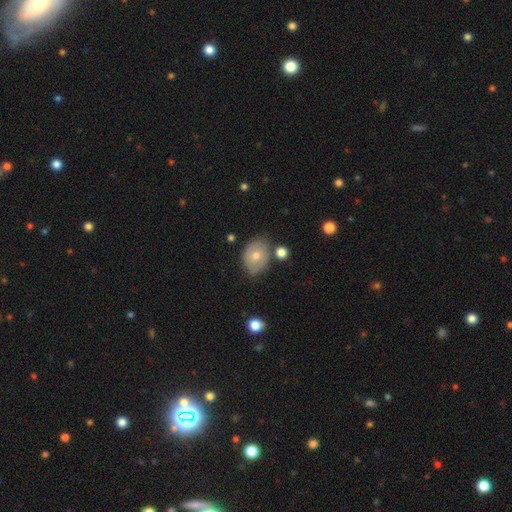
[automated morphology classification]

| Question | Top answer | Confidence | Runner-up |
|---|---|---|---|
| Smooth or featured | smooth | 59% | featured or disk (31%) |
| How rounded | in between | 67% | round (31%) |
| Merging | none | 69% | minor disturbance (20%) |